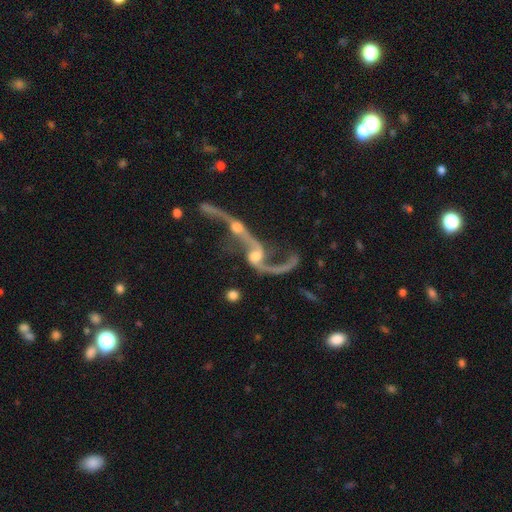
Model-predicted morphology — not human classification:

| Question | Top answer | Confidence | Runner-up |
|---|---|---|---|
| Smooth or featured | featured or disk | 82% | star or artifact (9%) |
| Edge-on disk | no | 92% | yes (8%) |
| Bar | no | 63% | weak (27%) |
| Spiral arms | yes | 84% | no (16%) |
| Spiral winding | loose | 90% | medium (8%) |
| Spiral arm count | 2 | 74% | 1 (16%) |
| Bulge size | moderate | 50% | small (32%) |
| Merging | merger | 61% | major disturbance (16%) |